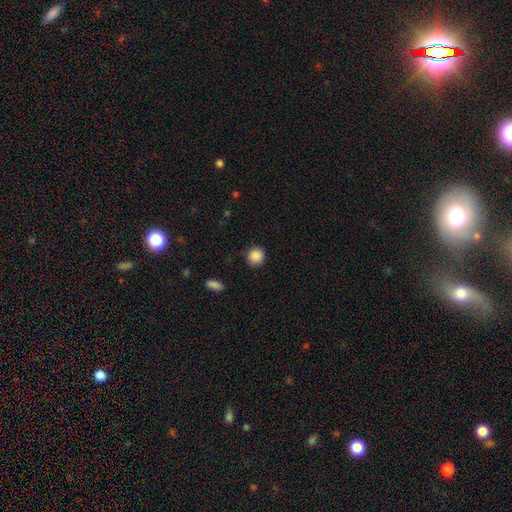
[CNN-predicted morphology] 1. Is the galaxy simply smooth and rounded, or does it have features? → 88% smooth, 9% star or artifact, 3% featured or disk.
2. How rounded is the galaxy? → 89% round, 10% in between, 1% cigar-shaped.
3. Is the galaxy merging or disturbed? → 87% none, 9% minor disturbance, 3% major disturbance, 1% merger.